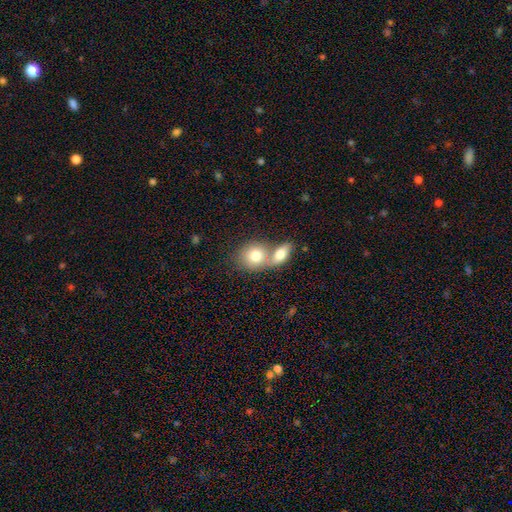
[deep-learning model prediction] A smooth galaxy with no disk features (77%) that is round (56%). Merging: merger (62%).